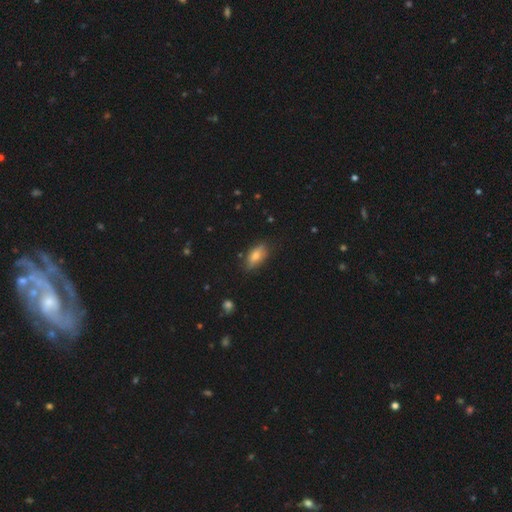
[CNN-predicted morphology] Smooth or featured?
  - smooth: 71% *
  - featured or disk: 21%
  - star or artifact: 9%
How rounded?
  - in between: 85% *
  - cigar-shaped: 12%
  - round: 4%
Merging?
  - none: 75% *
  - minor disturbance: 20%
  - major disturbance: 4%
  - merger: 2%